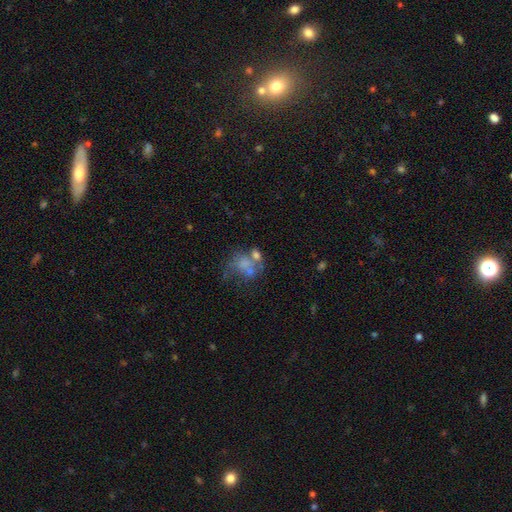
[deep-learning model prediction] Smooth or featured: smooth — 48% (featured or disk — 37%)
Merging: merger — 35% (none — 25%)